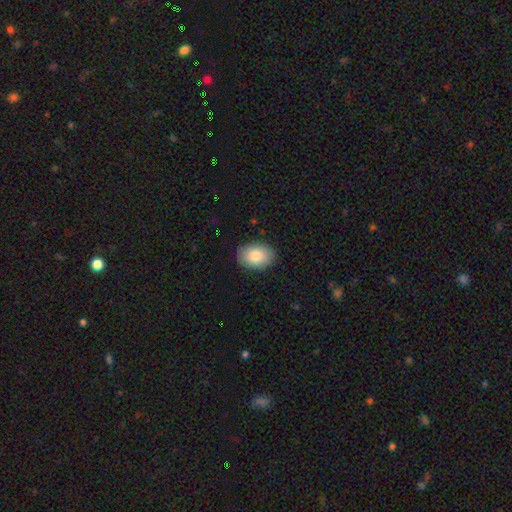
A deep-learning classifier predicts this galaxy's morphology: A smooth galaxy with no disk features (83%) that is in between round and cigar-shaped (80%). Merging: none (87%).